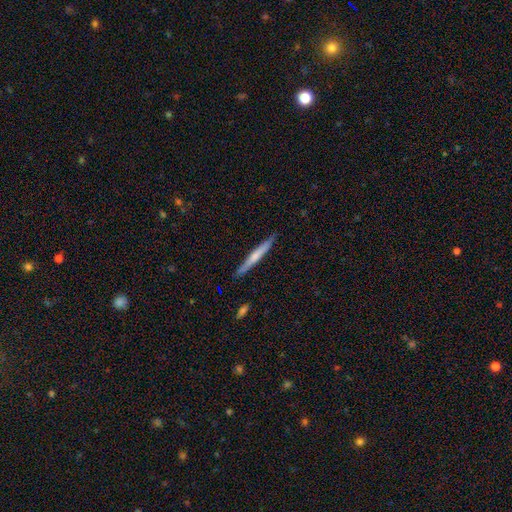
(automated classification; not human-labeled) The model was most divided on "smooth or featured": smooth: 48%, featured or disk: 47%, star or artifact: 5%. More confident: merging — none (89%).